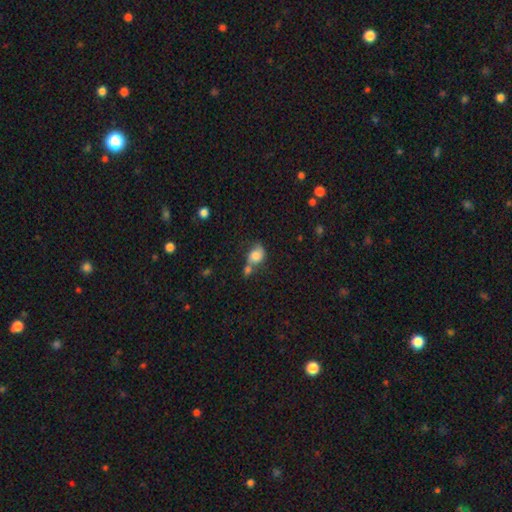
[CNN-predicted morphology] Smooth or featured?
  - smooth: 72% *
  - featured or disk: 18%
  - star or artifact: 10%
How rounded?
  - in between: 51% *
  - round: 47%
  - cigar-shaped: 2%
Merging?
  - merger: 43% *
  - none: 28%
  - minor disturbance: 18%
  - major disturbance: 11%